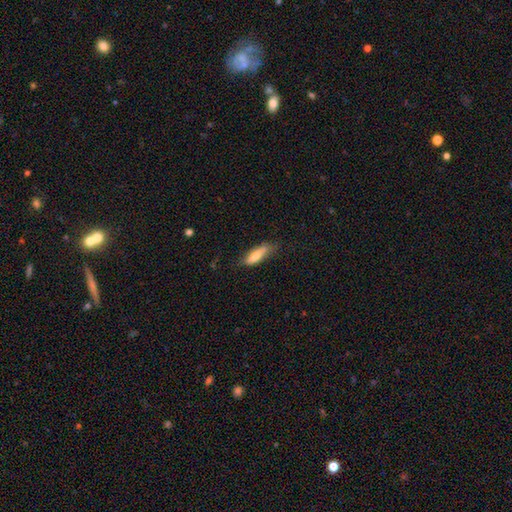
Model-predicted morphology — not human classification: Smooth or featured? Predicted: smooth (p=0.74). How rounded? Predicted: cigar-shaped (p=0.52). Merging? Predicted: none (p=0.67).